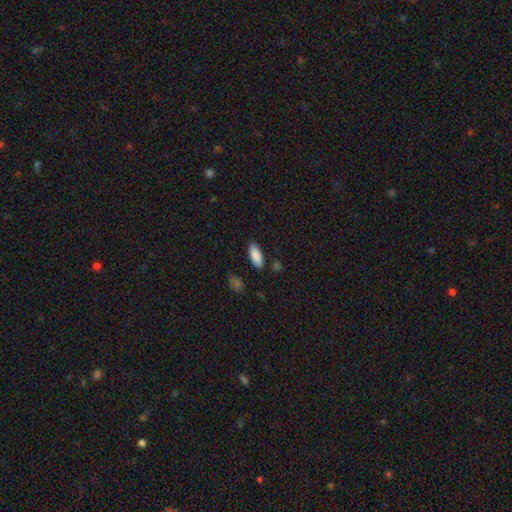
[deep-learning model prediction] Smooth or featured? Predicted: smooth (p=0.88). How rounded? Predicted: in between (p=0.79). Merging? Predicted: none (p=0.85).